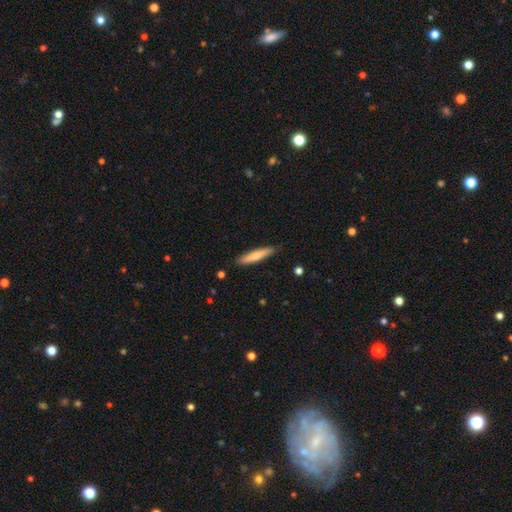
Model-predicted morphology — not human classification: This is likely a smooth galaxy (68%). How rounded: clearly cigar-shaped (89%). Merging: clearly none (88%).